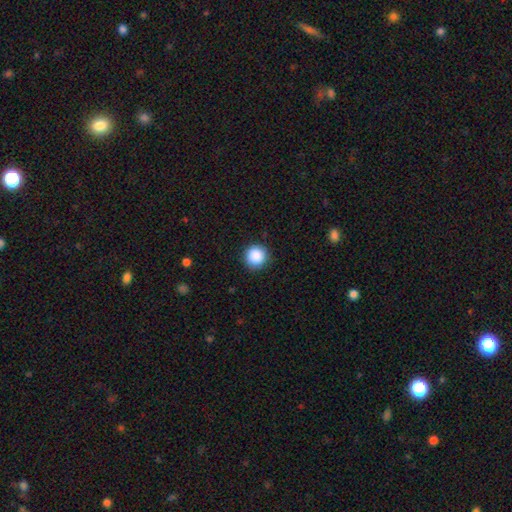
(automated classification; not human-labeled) smooth_or_featured: smooth (p=0.88) [alt: star or artifact p=0.09]
how_rounded: round (p=0.95) [alt: in between p=0.04]
merging: none (p=0.89) [alt: minor disturbance p=0.08]